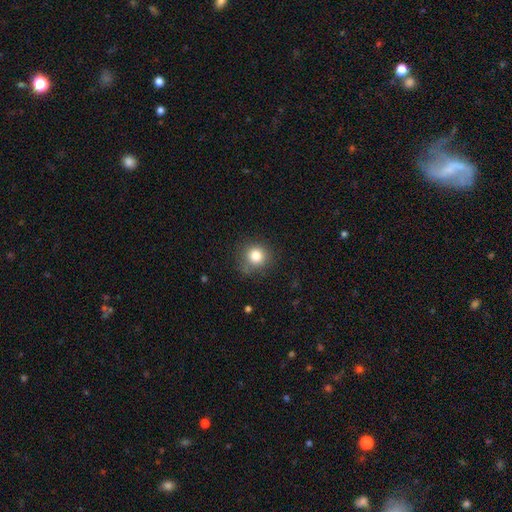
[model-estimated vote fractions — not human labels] Smooth or featured: smooth — 81% (star or artifact — 12%)
How rounded: round — 89% (in between — 10%)
Merging: none — 79% (minor disturbance — 15%)